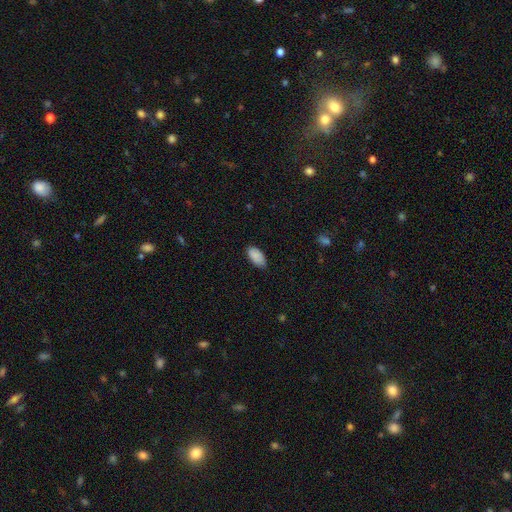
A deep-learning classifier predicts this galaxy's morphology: A smooth galaxy with no disk features (88%) that is in between round and cigar-shaped (95%). Merging: none (73%).